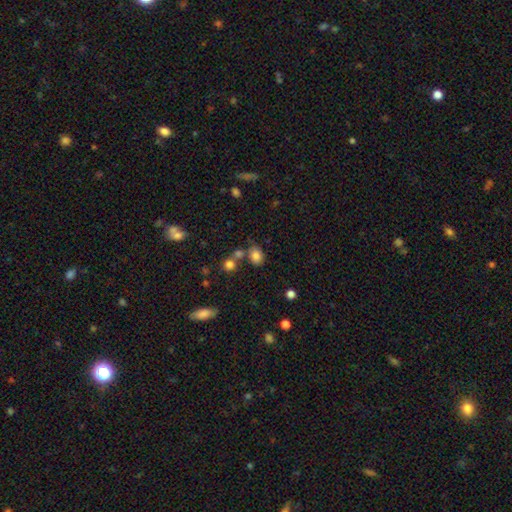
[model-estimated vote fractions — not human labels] Smooth or featured?
  - smooth: 81% *
  - star or artifact: 12%
  - featured or disk: 7%
How rounded?
  - in between: 64% *
  - round: 34%
  - cigar-shaped: 1%
Merging?
  - none: 63% *
  - merger: 18%
  - minor disturbance: 14%
  - major disturbance: 5%